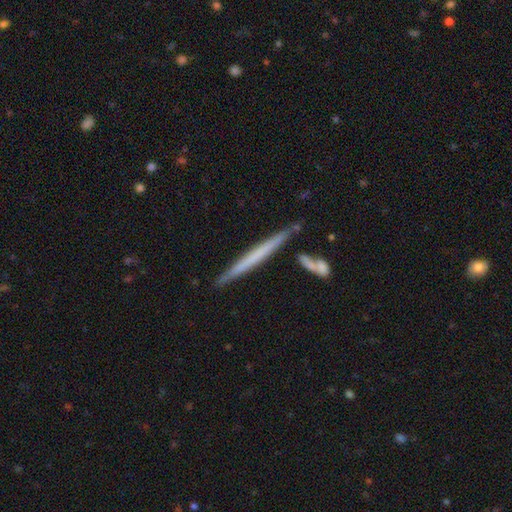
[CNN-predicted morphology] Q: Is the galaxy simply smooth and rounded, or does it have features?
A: featured or disk — 51%.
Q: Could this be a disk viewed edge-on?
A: yes — 96%.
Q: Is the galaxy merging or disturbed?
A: none — 83%.